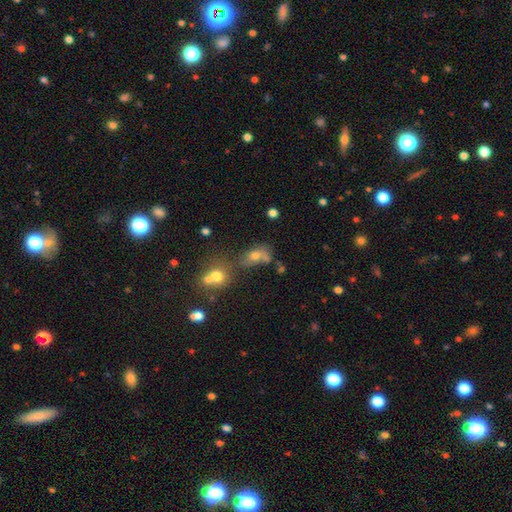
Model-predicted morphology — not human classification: Q: Smooth or featured?
A: smooth (63%); runner-up: featured or disk (19%)
Q: How rounded?
A: in between (68%); runner-up: round (27%)
Q: Merging?
A: merger (35%); runner-up: none (33%)